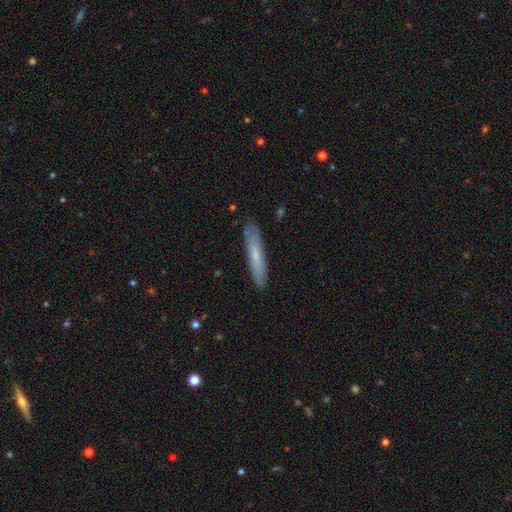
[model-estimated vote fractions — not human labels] smooth-or-featured: smooth: 63% | featured or disk: 31% | star or artifact: 6%
  how-rounded: cigar-shaped: 91% | in between: 7% | round: 1%
  merging: none: 87% | minor disturbance: 10% | major disturbance: 2% | merger: 1%